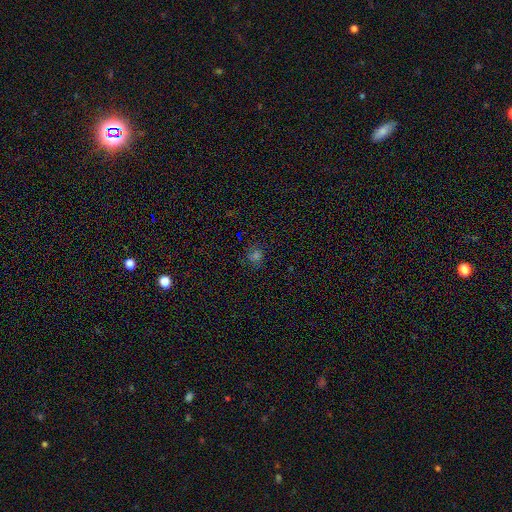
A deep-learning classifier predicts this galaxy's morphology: Q: Smooth or featured?
A: smooth (58%); runner-up: star or artifact (32%)
Q: How rounded?
A: round (85%); runner-up: in between (14%)
Q: Merging?
A: none (82%); runner-up: minor disturbance (12%)